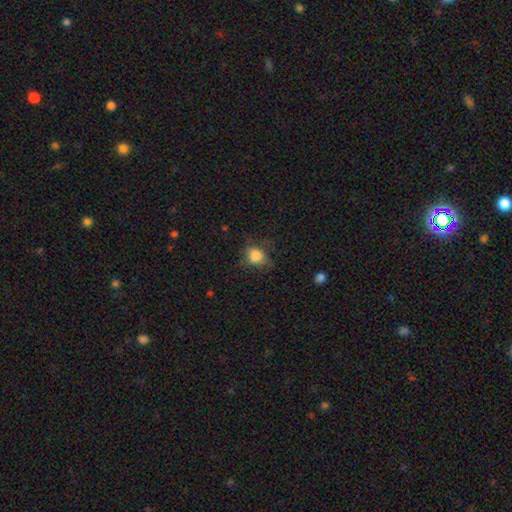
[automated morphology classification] Smooth or featured: smooth — 82% (star or artifact — 10%)
How rounded: round — 59% (in between — 40%)
Merging: none — 57% (minor disturbance — 26%)